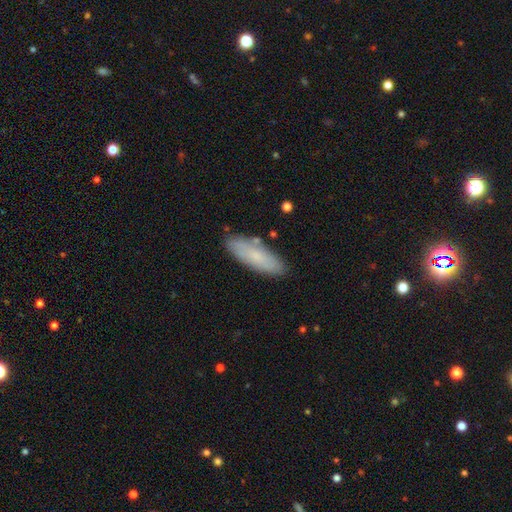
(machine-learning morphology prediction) Overall: smooth (74%). How rounded: in between (56%; cigar-shaped 42%). Merging: none (83%).